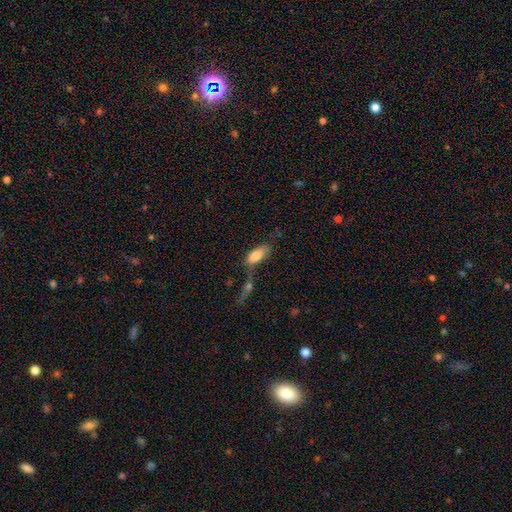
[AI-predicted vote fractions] A smooth galaxy with no disk features (78%) that is in between round and cigar-shaped (86%). Merging: merger (39%).